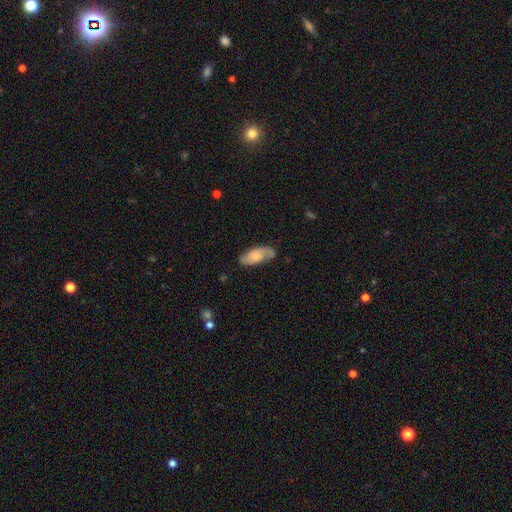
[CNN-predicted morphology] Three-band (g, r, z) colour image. It shows a featured or disk galaxy (56%) with no bar (67%), spiral arms (90%) and a moderate central bulge (35%). Merging: none (75%).